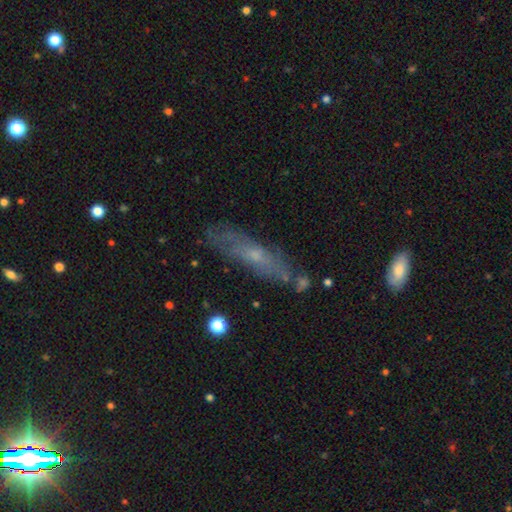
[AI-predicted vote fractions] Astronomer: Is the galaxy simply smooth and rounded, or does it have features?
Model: featured or disk — 50% (runner-up: smooth, 41%).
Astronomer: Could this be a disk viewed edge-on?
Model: no — 53% (runner-up: yes, 47%).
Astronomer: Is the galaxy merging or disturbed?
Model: none — 68%.